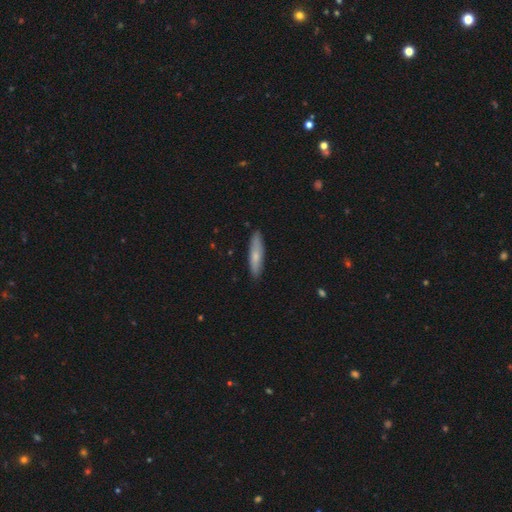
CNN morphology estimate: Q: Smooth or featured?
A: smooth (69%); runner-up: featured or disk (25%)
Q: How rounded?
A: cigar-shaped (78%); runner-up: in between (20%)
Q: Merging?
A: none (87%); runner-up: minor disturbance (10%)